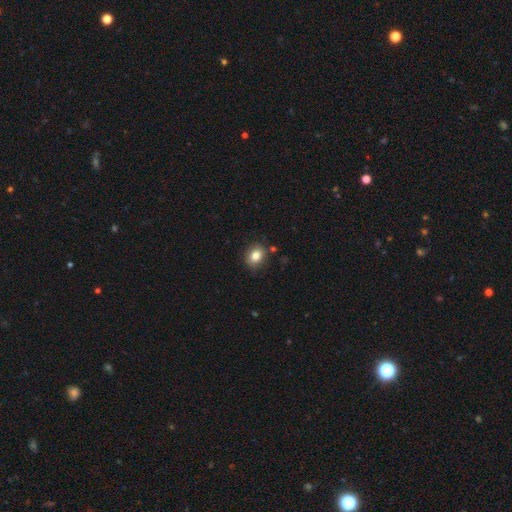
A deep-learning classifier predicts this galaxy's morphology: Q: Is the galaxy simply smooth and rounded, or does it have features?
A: smooth — 82%.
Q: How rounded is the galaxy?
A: in between — 50%.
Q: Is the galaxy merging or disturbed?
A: none — 82%.